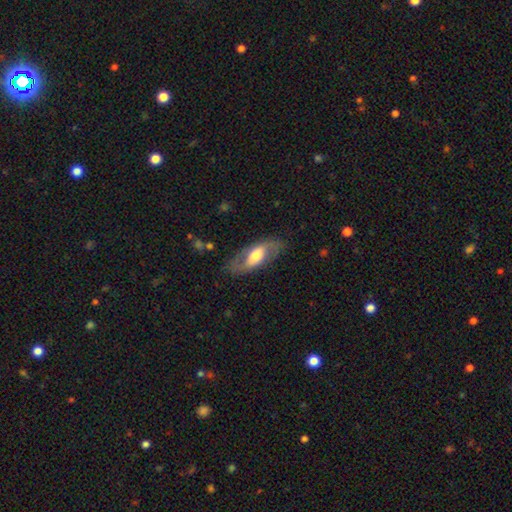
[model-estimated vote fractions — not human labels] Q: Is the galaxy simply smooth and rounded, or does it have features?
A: featured or disk — 57%.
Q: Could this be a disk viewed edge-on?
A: no — 82%.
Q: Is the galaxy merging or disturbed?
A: none — 75%.